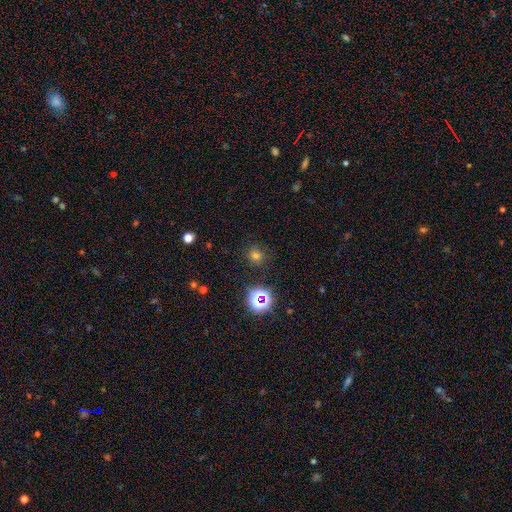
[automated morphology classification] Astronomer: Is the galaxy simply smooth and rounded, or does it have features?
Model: smooth — 67%.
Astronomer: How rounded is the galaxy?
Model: round — 87%.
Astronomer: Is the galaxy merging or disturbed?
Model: none — 84%.